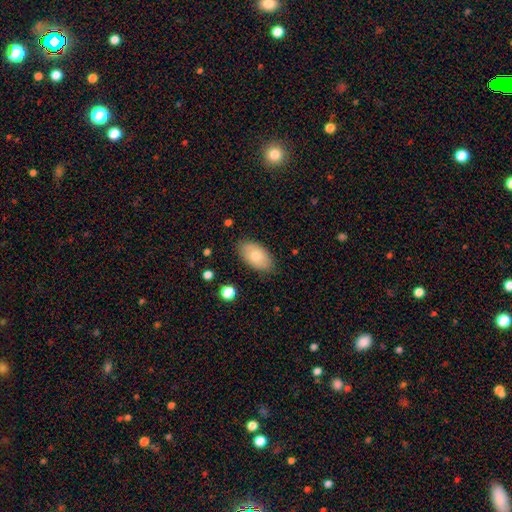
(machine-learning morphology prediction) A smooth galaxy with no disk features (74%) that is in between round and cigar-shaped (94%).

Vote fractions:
- Smooth or featured? smooth: 74% / featured or disk: 19% / star or artifact: 7%
- How rounded? in between: 94% / round: 4% / cigar-shaped: 2%
- Merging? none: 86% / minor disturbance: 11% / major disturbance: 2% / merger: 1%